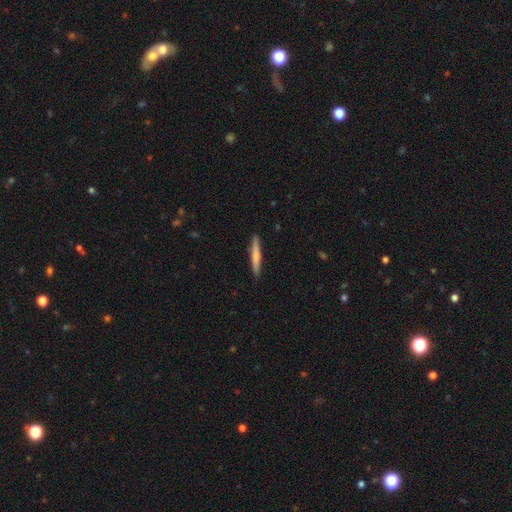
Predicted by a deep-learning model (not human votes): A smooth galaxy with no disk features (65%) that is cigar-shaped (95%). Merging: none (90%).